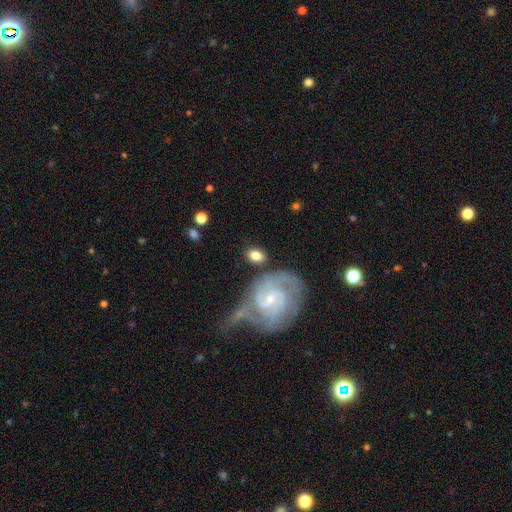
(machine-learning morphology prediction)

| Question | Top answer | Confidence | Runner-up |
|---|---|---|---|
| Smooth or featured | smooth | 66% | featured or disk (28%) |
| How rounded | in between | 78% | round (20%) |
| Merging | none | 71% | minor disturbance (14%) |